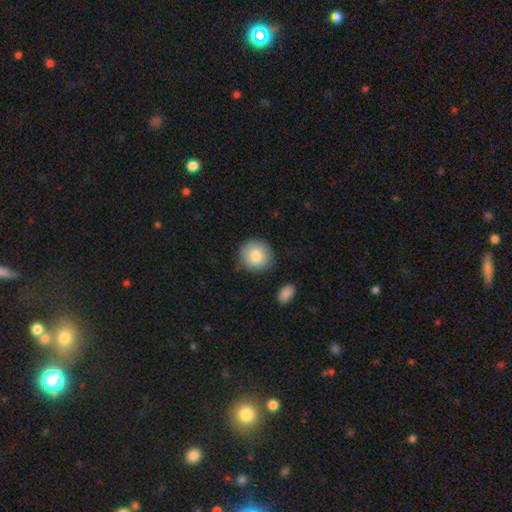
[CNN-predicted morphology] type=smooth (83%); roundness=round (87%); merging=none (84%).